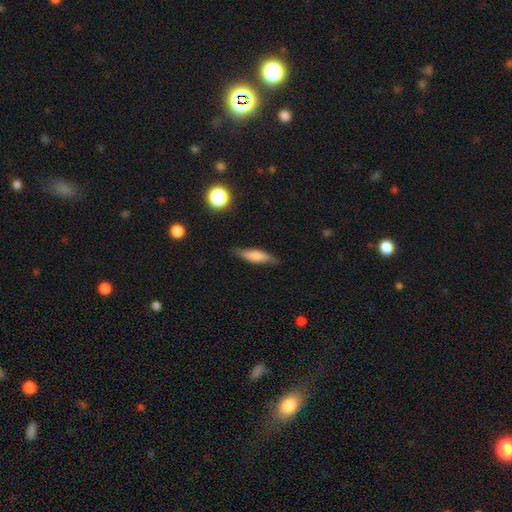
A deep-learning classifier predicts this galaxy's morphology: smooth-or-featured: smooth: 68% | featured or disk: 24% | star or artifact: 8%
  how-rounded: cigar-shaped: 65% | in between: 33% | round: 2%
  merging: none: 77% | minor disturbance: 18% | major disturbance: 4% | merger: 2%